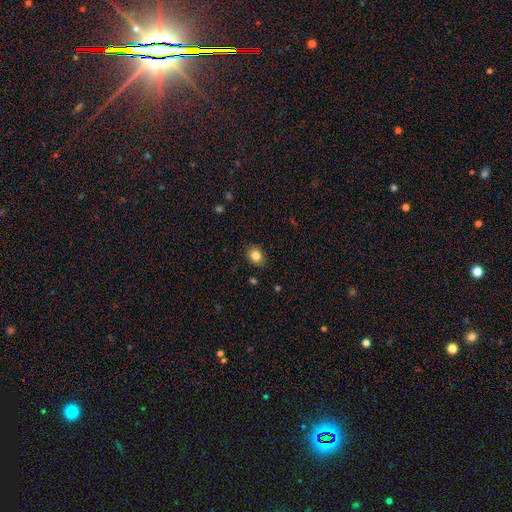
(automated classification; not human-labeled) A smooth galaxy with no disk features (84%) that is in between round and cigar-shaped (53%). Merging: none (88%).